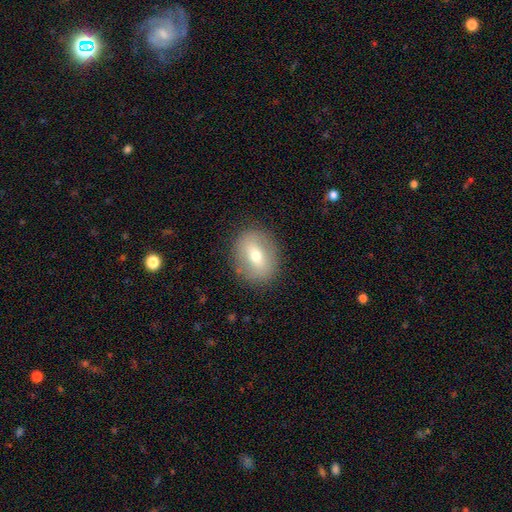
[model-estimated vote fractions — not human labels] A smooth galaxy with no disk features (57%) that is round (55%). Merging: none (87%).